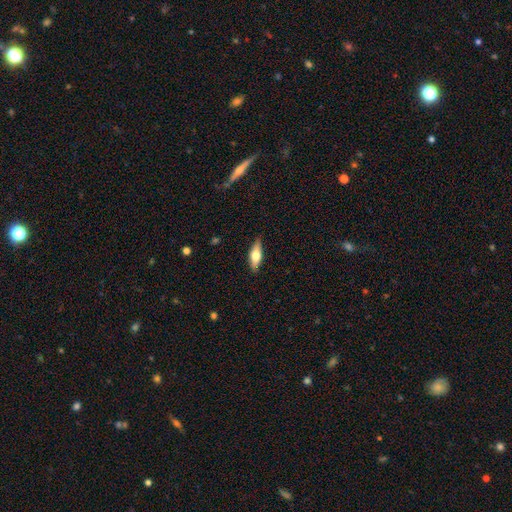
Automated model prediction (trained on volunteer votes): Smooth or featured?
  - smooth: 54% *
  - featured or disk: 40%
  - star or artifact: 6%
How rounded?
  - in between: 58% *
  - cigar-shaped: 39%
  - round: 3%
Merging?
  - none: 87% *
  - minor disturbance: 10%
  - major disturbance: 2%
  - merger: 1%